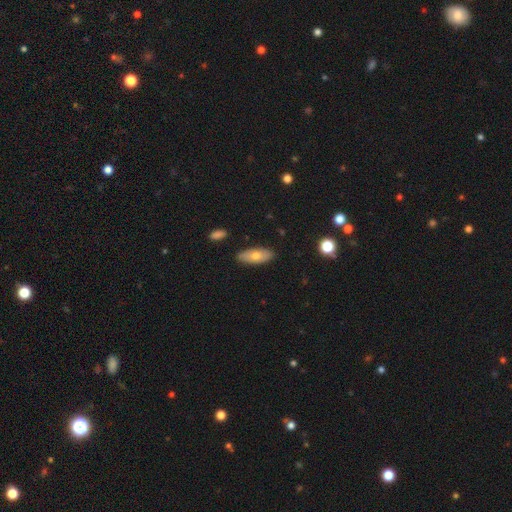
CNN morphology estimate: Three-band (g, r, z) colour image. It shows a smooth galaxy with no disk features (68%) that is in between round and cigar-shaped (80%). Merging: none (86%).